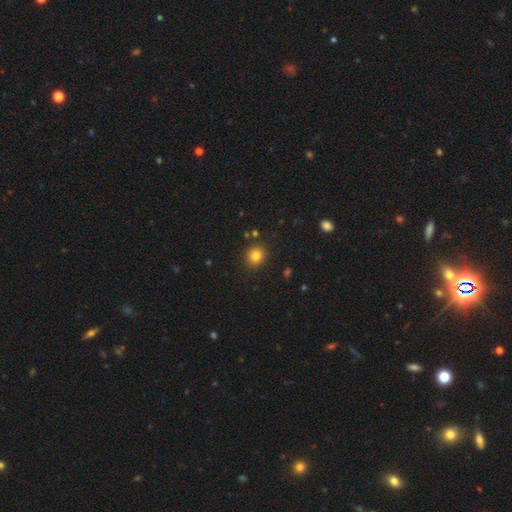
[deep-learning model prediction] This is clearly a smooth galaxy (83%). How rounded: clearly round (81%). Merging: clearly none (88%).